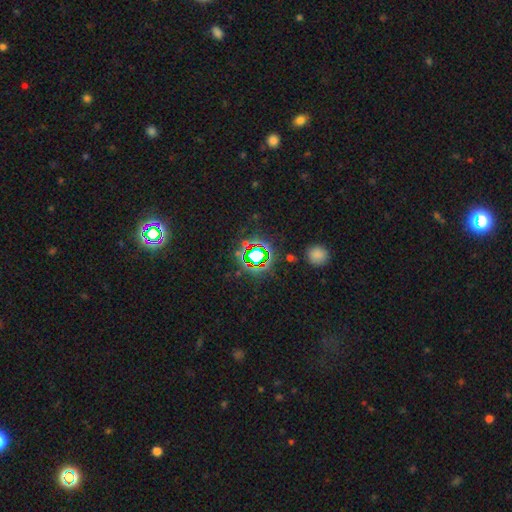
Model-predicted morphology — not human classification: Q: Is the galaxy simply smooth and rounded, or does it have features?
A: star or artifact — 73%.